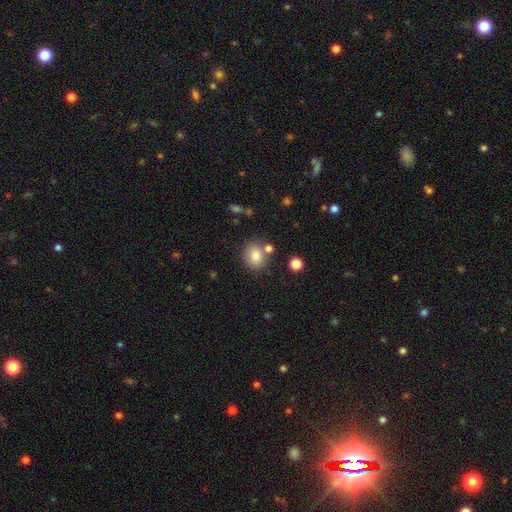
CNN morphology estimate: A smooth galaxy with no disk features (81%) that is round (66%). Merging: none (73%).